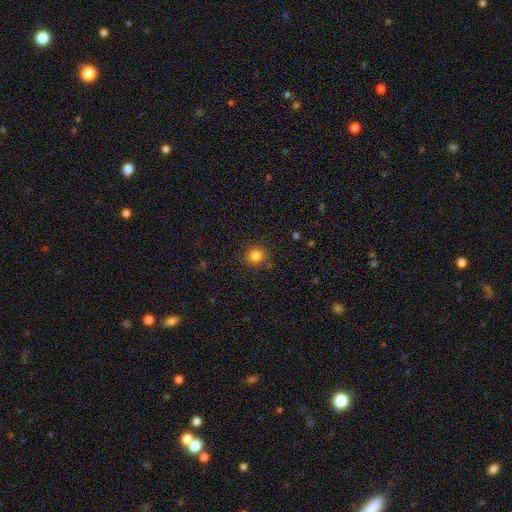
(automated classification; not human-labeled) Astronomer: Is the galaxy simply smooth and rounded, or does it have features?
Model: smooth — 82%.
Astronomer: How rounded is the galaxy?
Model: round — 90%.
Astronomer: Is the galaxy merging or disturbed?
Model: none — 87%.